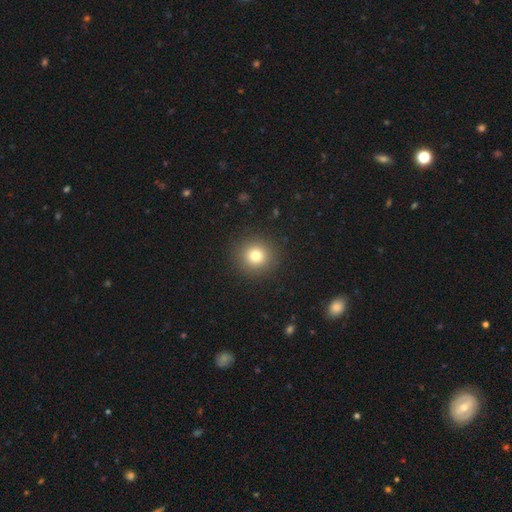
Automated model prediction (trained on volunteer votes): smooth-or-featured: smooth: 79% | star or artifact: 13% | featured or disk: 8%
  how-rounded: round: 93% | in between: 6% | cigar-shaped: 1%
  merging: none: 91% | minor disturbance: 5% | major disturbance: 2% | merger: 1%